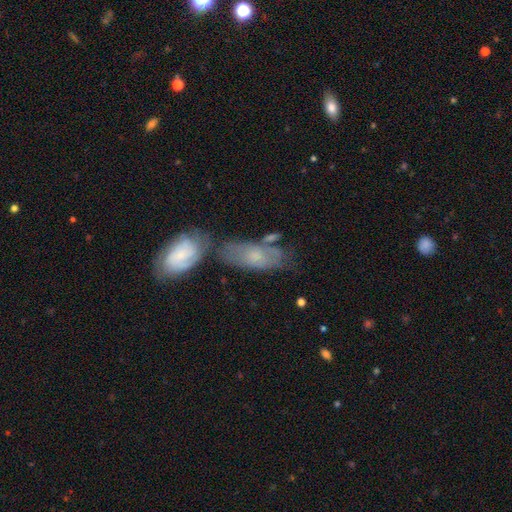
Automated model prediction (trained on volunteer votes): This appears to be a featured or disk galaxy (46%). Merging: none (42%).